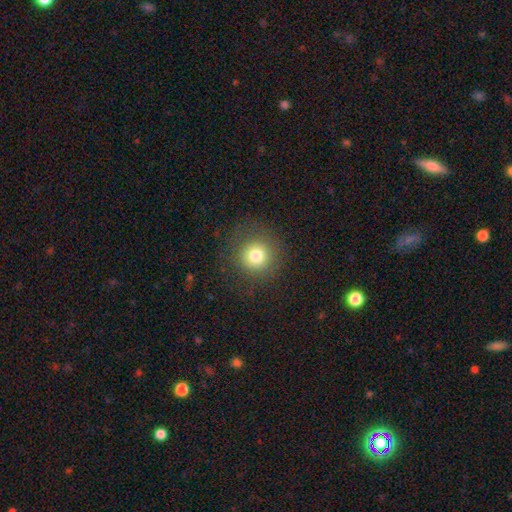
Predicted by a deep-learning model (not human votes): This is likely a smooth galaxy (78%). How rounded: clearly round (94%). Merging: clearly none (86%).